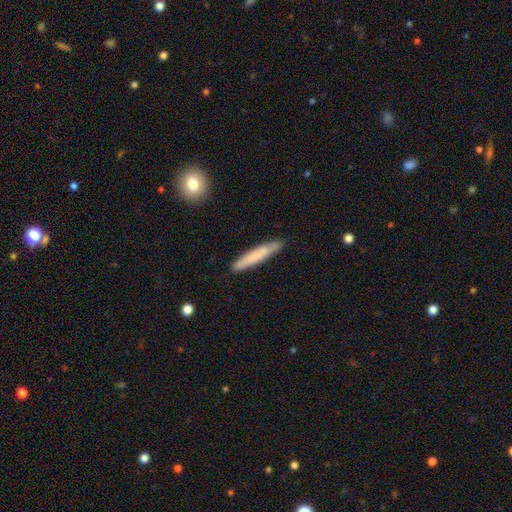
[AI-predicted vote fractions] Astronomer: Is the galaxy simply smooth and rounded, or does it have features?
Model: smooth — 71%.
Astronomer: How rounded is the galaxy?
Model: cigar-shaped — 94%.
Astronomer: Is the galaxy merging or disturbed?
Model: none — 85%.